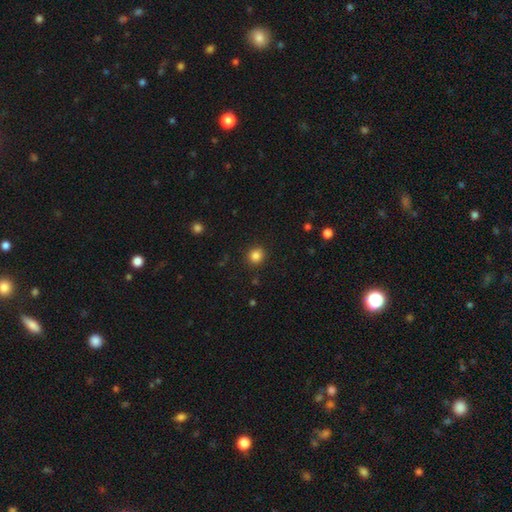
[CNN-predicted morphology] The model was most divided on "smooth or featured": smooth: 84%, star or artifact: 11%, featured or disk: 4%. More confident: merging — none (91%); how rounded — round (88%).